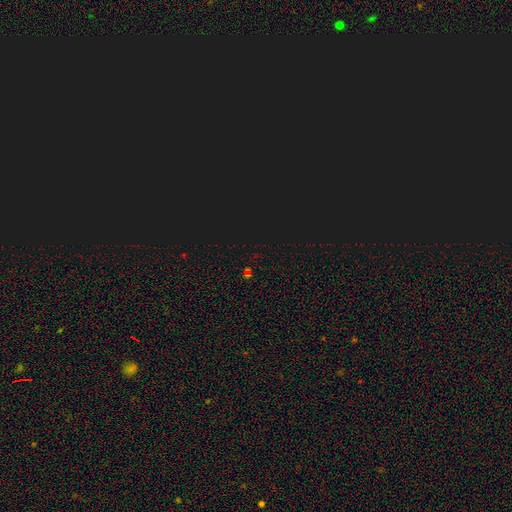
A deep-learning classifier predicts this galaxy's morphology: Smooth or featured? Predicted: star or artifact (p=0.69).